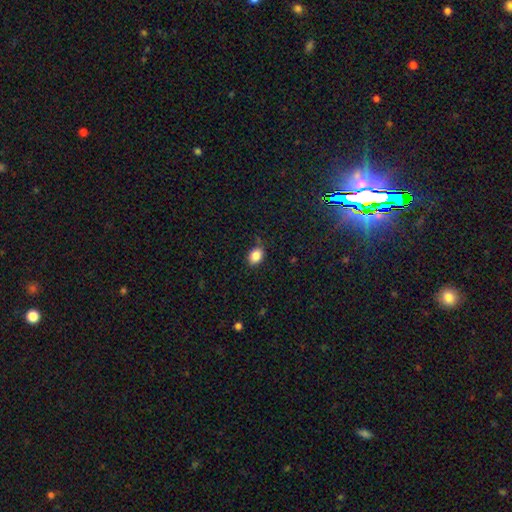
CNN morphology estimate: This appears to be a smooth galaxy with no disk features (85%) that is in between round and cigar-shaped (64%). Merging: none (78%).